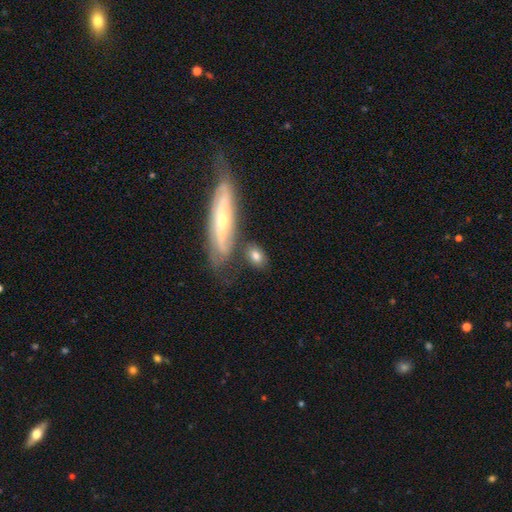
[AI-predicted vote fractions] Q: Smooth or featured?
A: smooth (73%); runner-up: featured or disk (20%)
Q: How rounded?
A: in between (66%); runner-up: round (21%)
Q: Merging?
A: none (67%); runner-up: minor disturbance (14%)